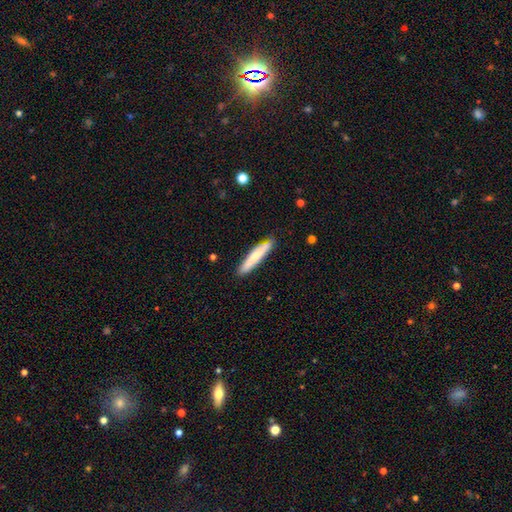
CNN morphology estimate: A smooth galaxy with no disk features (74%) that is cigar-shaped (92%).

Vote fractions:
- Smooth or featured? smooth: 74% / featured or disk: 20% / star or artifact: 5%
- How rounded? cigar-shaped: 92% / in between: 6% / round: 1%
- Merging? none: 85% / minor disturbance: 11% / major disturbance: 2% / merger: 2%